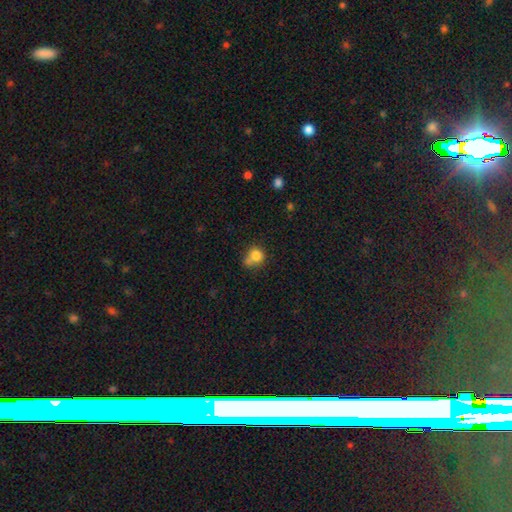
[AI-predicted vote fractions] Smooth or featured? Predicted: smooth (p=0.80). How rounded? Predicted: round (p=0.79). Merging? Predicted: none (p=0.45).